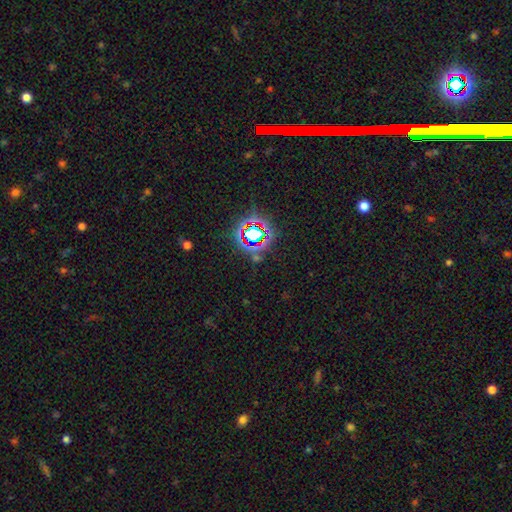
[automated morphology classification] Overall: star or artifact (75%).